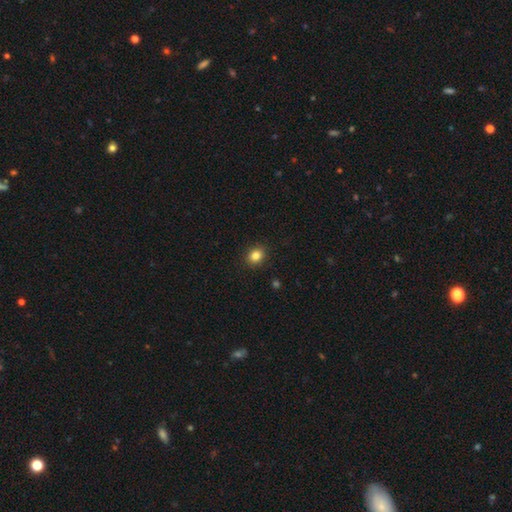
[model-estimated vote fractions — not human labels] Overall: smooth (84%). How rounded: round (65%; in between 34%). Merging: none (91%).